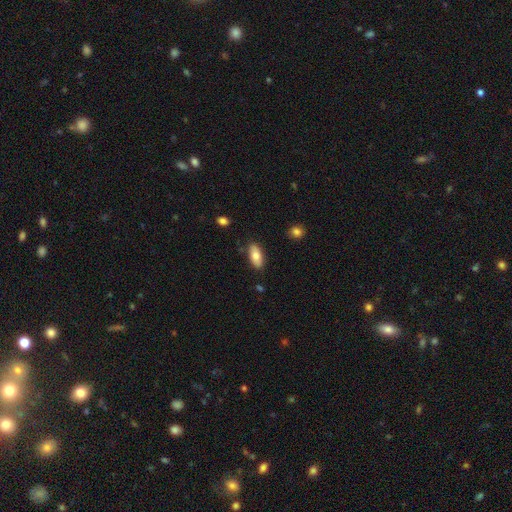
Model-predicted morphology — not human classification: Smooth or featured? Predicted: smooth (p=0.78). How rounded? Predicted: in between (p=0.86). Merging? Predicted: none (p=0.84).